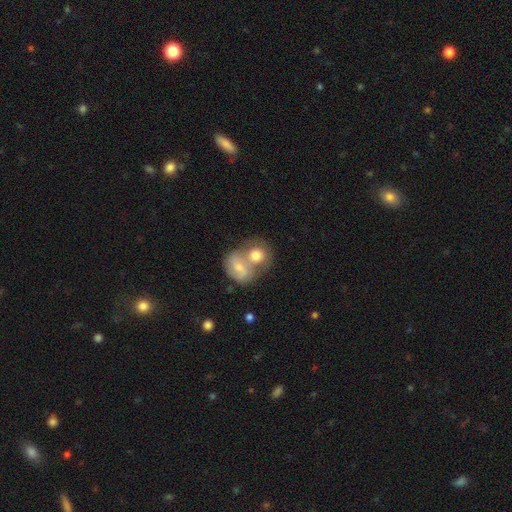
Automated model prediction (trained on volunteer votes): Smooth or featured?
  - smooth: 66% *
  - featured or disk: 27%
  - star or artifact: 7%
How rounded?
  - round: 69% *
  - in between: 30%
  - cigar-shaped: 1%
Merging?
  - merger: 65% *
  - none: 23%
  - minor disturbance: 8%
  - major disturbance: 4%